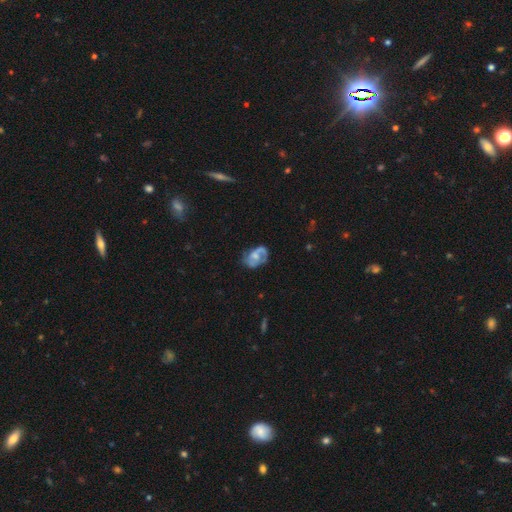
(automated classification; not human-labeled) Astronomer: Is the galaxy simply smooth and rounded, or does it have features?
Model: featured or disk — 63%.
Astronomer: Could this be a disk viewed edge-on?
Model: no — 97%.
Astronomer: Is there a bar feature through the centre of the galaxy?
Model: no — 67%.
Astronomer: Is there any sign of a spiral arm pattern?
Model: yes — 74%.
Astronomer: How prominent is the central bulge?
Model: moderate — 46% (runner-up: small, 32%).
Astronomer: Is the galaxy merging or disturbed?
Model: none — 49% (runner-up: minor disturbance, 27%).